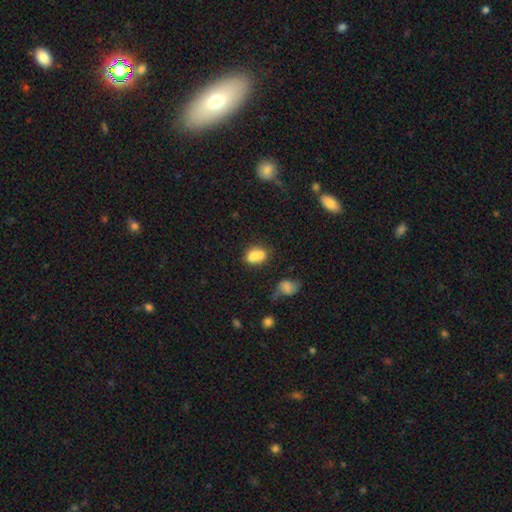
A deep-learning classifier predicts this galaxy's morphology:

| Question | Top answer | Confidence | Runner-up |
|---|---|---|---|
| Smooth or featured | smooth | 77% | featured or disk (13%) |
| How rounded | in between | 73% | round (24%) |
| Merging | none | 41% | merger (35%) |